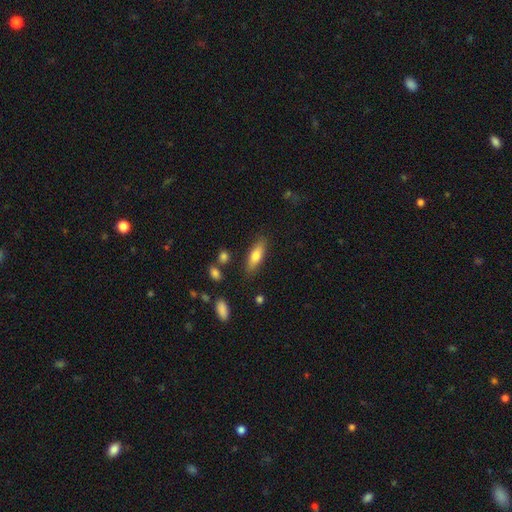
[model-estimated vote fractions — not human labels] Morphology: type=smooth (74%); roundness=in between (56%); merging=none (82%).